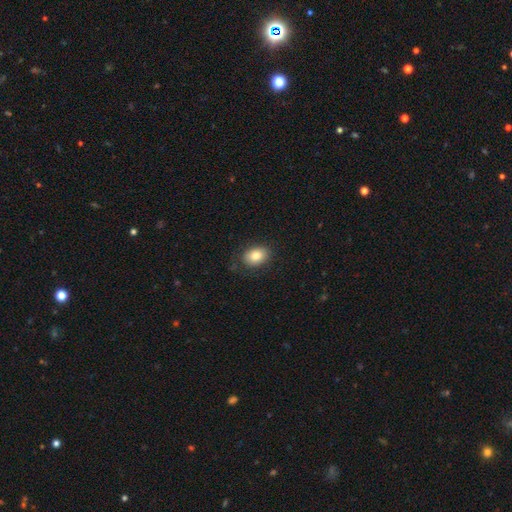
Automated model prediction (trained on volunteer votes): smooth 81%, featured or disk 10%, star or artifact 8%. Down the decision tree: how rounded — in between (75%); merging — none (81%).